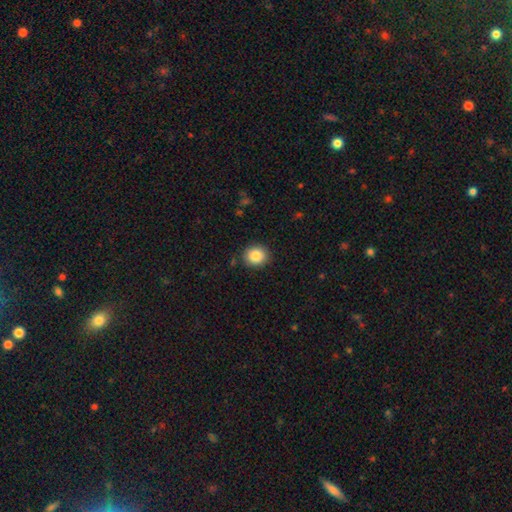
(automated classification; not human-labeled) Smooth or featured? Predicted: smooth (p=0.86). How rounded? Predicted: round (p=0.80). Merging? Predicted: none (p=0.88).